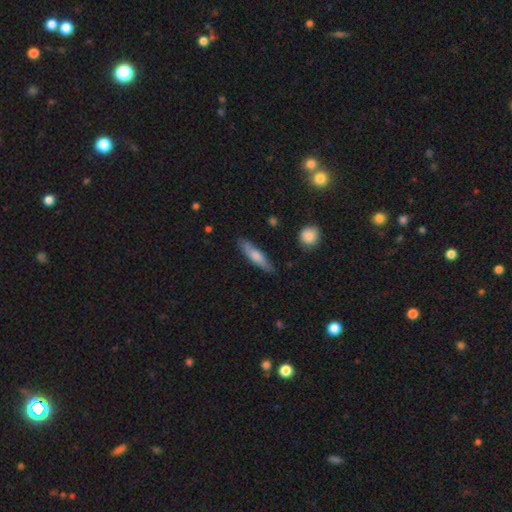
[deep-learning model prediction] Q: Smooth or featured?
A: smooth (65%); runner-up: featured or disk (29%)
Q: How rounded?
A: cigar-shaped (73%); runner-up: in between (25%)
Q: Merging?
A: none (79%); runner-up: minor disturbance (16%)